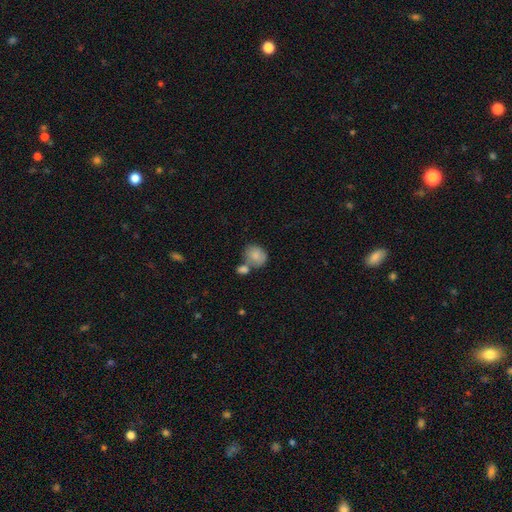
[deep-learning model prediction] smooth-or-featured: smooth: 82% | featured or disk: 11% | star or artifact: 7%
  how-rounded: round: 53% | in between: 46% | cigar-shaped: 1%
  merging: none: 43% | merger: 36% | minor disturbance: 15% | major disturbance: 5%